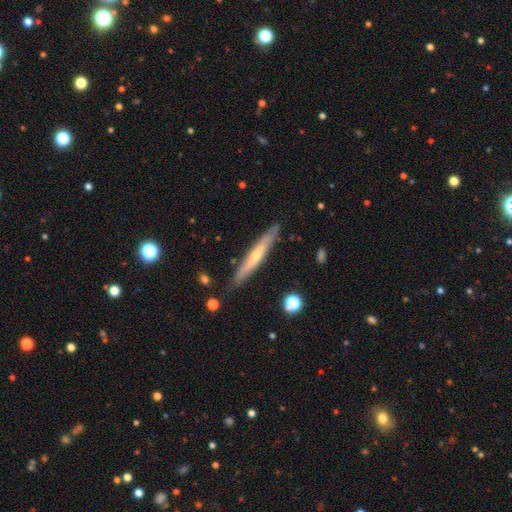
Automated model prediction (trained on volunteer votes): Q: Smooth or featured?
A: featured or disk (56%); runner-up: smooth (38%)
Q: Edge-on disk?
A: yes (91%); runner-up: no (9%)
Q: Edge-on bulge?
A: rounded (60%); runner-up: none (36%)
Q: Merging?
A: none (86%); runner-up: minor disturbance (11%)